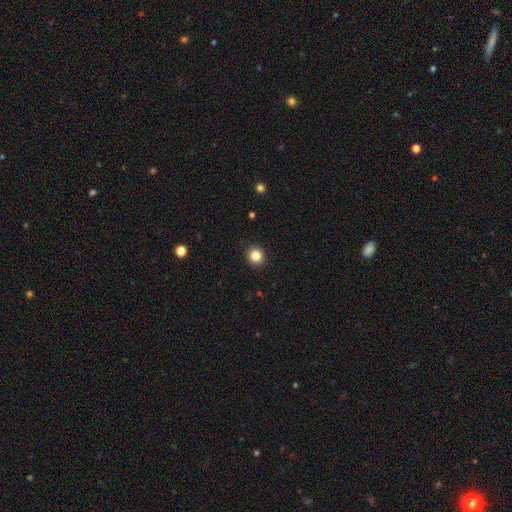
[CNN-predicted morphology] smooth_or_featured: smooth (p=0.84) [alt: star or artifact p=0.11]
how_rounded: round (p=0.91) [alt: in between p=0.08]
merging: none (p=0.93) [alt: minor disturbance p=0.05]